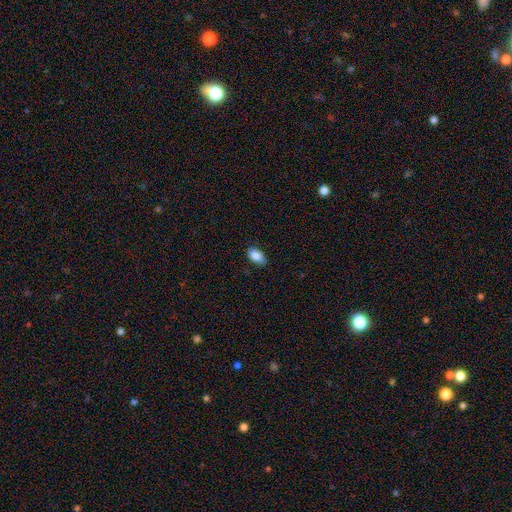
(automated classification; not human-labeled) Smooth or featured?
  - smooth: 87% *
  - star or artifact: 8%
  - featured or disk: 5%
How rounded?
  - in between: 92% *
  - round: 6%
  - cigar-shaped: 2%
Merging?
  - none: 85% *
  - minor disturbance: 11%
  - major disturbance: 2%
  - merger: 1%